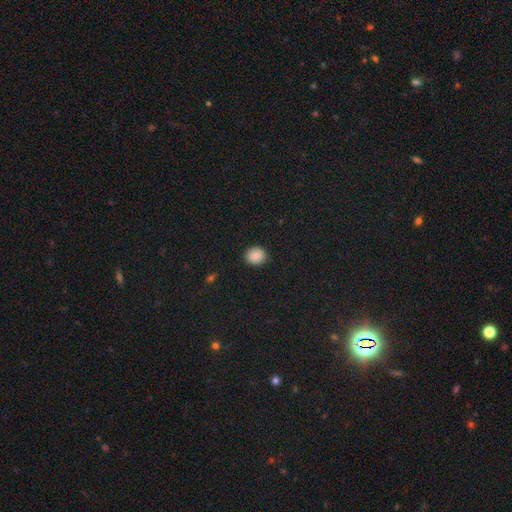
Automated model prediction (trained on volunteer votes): This is clearly a smooth galaxy (87%). How rounded: likely round (75%). Merging: clearly none (90%).